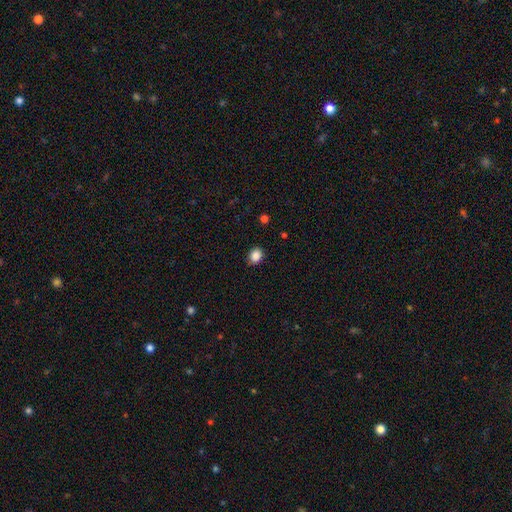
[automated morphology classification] Smooth or featured? Predicted: smooth (p=0.87). How rounded? Predicted: in between (p=0.54). Merging? Predicted: none (p=0.85).